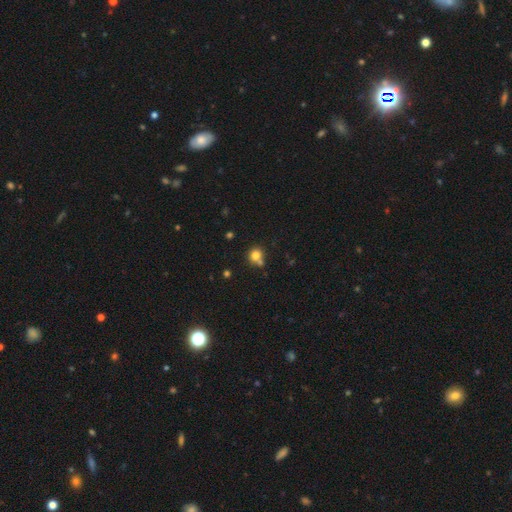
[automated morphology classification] A smooth galaxy with no disk features (79%) that is round (85%).

Vote fractions:
- Smooth or featured? smooth: 79% / star or artifact: 12% / featured or disk: 8%
- How rounded? round: 85% / in between: 14% / cigar-shaped: 1%
- Merging? none: 58% / merger: 26% / minor disturbance: 12% / major disturbance: 4%